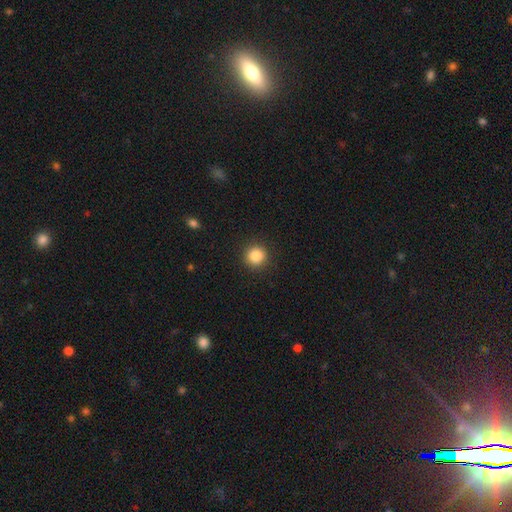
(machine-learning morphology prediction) smooth-or-featured: smooth: 86% | star or artifact: 10% | featured or disk: 4%
  how-rounded: round: 93% | in between: 6% | cigar-shaped: 1%
  merging: none: 91% | minor disturbance: 6% | major disturbance: 2% | merger: 1%